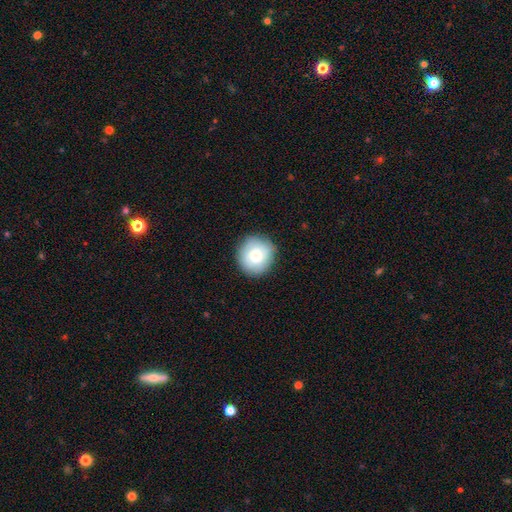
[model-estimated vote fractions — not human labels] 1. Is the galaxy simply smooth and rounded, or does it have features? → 76% smooth, 16% featured or disk, 7% star or artifact.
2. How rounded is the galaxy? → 89% round, 10% in between, 1% cigar-shaped.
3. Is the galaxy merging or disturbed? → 87% none, 10% minor disturbance, 2% major disturbance, 1% merger.